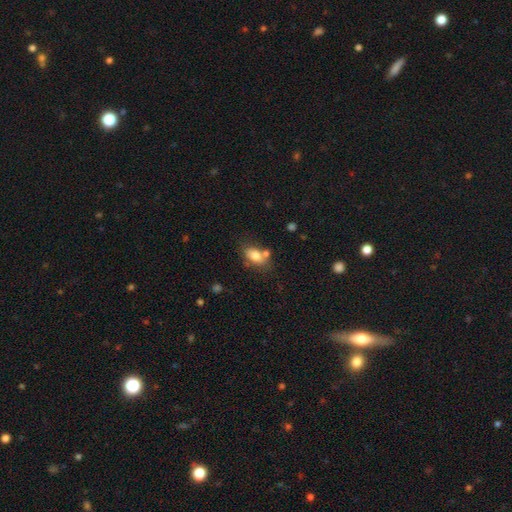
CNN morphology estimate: Smooth or featured? Predicted: smooth (p=0.77). How rounded? Predicted: in between (p=0.86). Merging? Predicted: none (p=0.57).